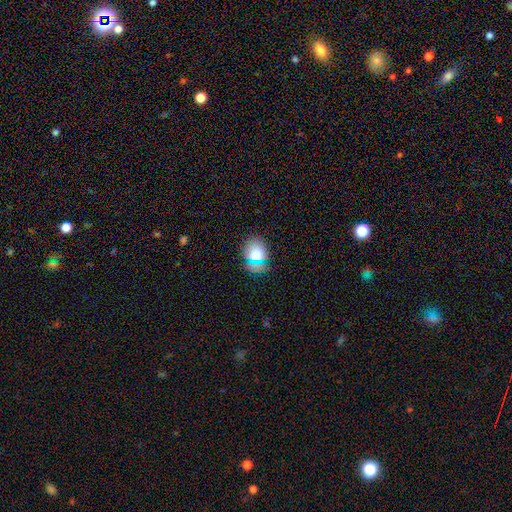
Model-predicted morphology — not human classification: smooth-or-featured: smooth: 73% | star or artifact: 17% | featured or disk: 10%
  how-rounded: round: 58% | in between: 41% | cigar-shaped: 2%
  merging: none: 81% | minor disturbance: 12% | major disturbance: 4% | merger: 3%